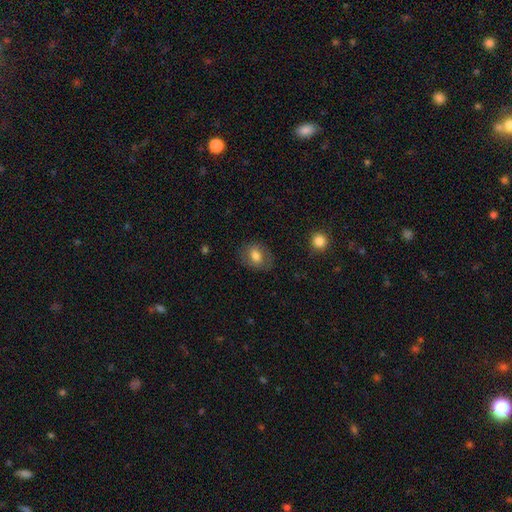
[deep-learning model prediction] Q: Smooth or featured?
A: smooth (70%); runner-up: featured or disk (22%)
Q: How rounded?
A: in between (62%); runner-up: round (37%)
Q: Merging?
A: none (76%); runner-up: minor disturbance (16%)